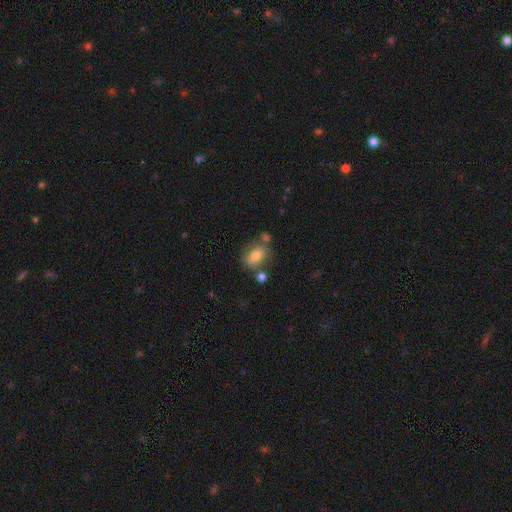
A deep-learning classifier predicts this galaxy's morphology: A smooth galaxy with no disk features (75%) that is in between round and cigar-shaped (75%). Merging: none (59%).